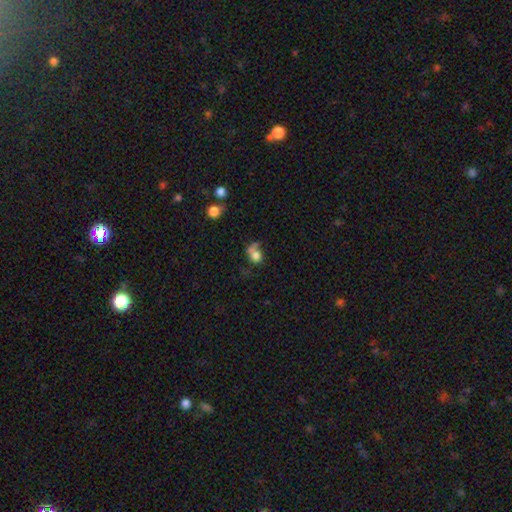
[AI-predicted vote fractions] smooth 71%, featured or disk 16%, star or artifact 13%. Down the decision tree: how rounded — round (54%); merging — merger (33%).